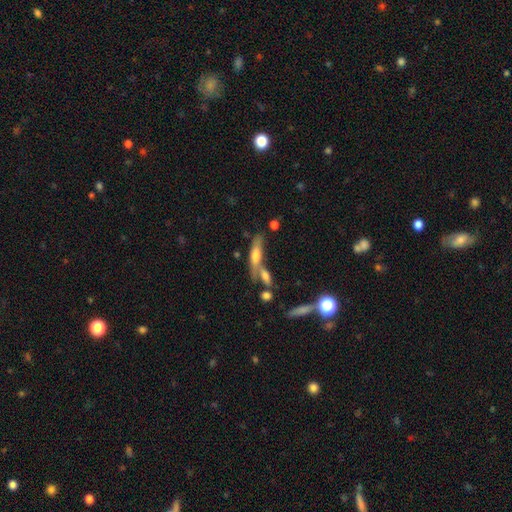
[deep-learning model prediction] This is possibly a smooth galaxy (55%). How rounded: likely cigar-shaped (62%). Merging: marginally none (43%).